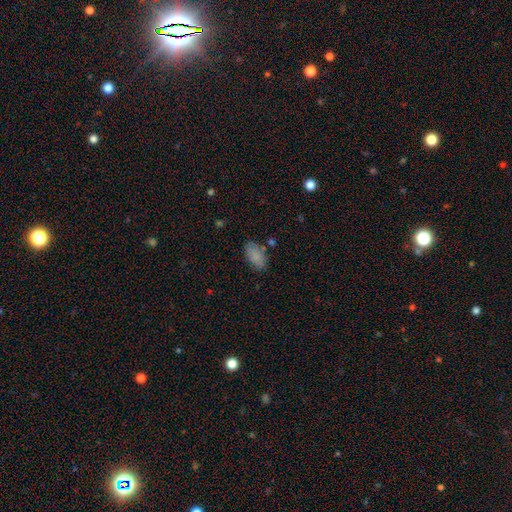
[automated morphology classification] Smooth or featured? Predicted: smooth (p=0.86). How rounded? Predicted: in between (p=0.93). Merging? Predicted: none (p=0.75).